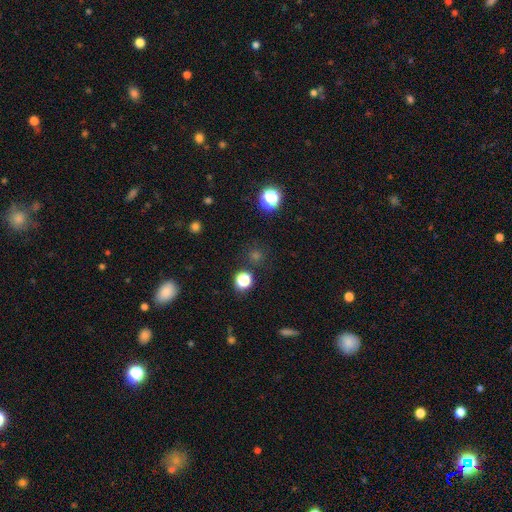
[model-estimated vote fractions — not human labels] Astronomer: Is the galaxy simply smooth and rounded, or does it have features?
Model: smooth — 54% (runner-up: star or artifact, 40%).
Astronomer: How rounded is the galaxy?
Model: round — 92%.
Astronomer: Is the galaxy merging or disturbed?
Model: none — 86%.